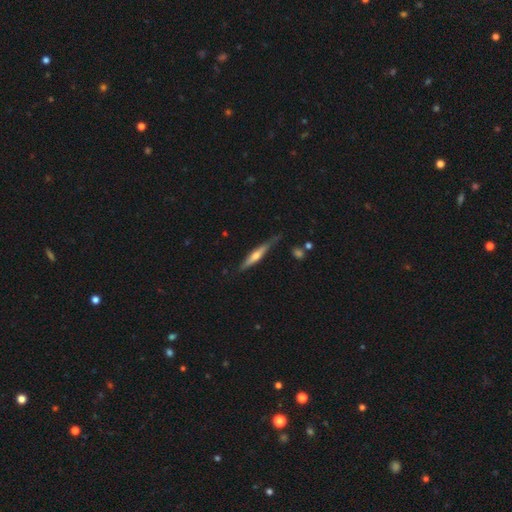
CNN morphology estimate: Overall: featured or disk (55%; smooth 39%). Edge-on disk: yes (94%). Edge-on bulge: rounded (80%). Merging: none (72%).